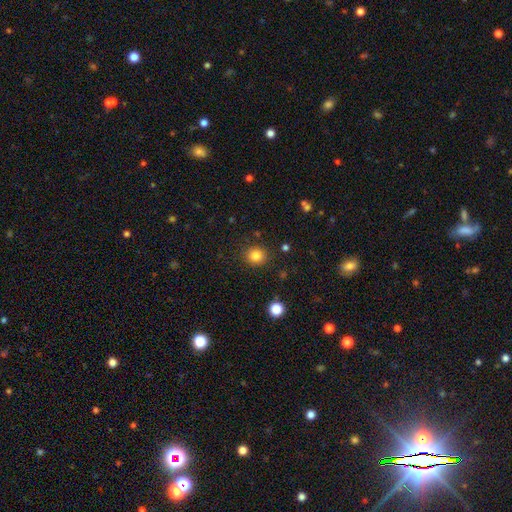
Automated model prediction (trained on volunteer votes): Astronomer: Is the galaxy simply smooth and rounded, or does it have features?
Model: smooth — 83%.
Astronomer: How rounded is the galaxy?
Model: round — 85%.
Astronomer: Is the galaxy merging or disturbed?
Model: none — 88%.